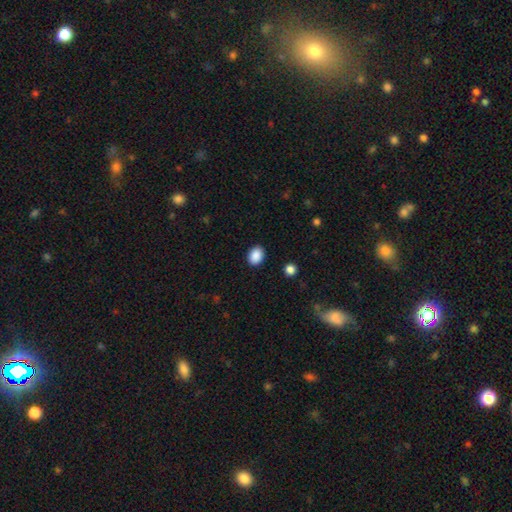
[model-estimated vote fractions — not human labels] A smooth galaxy with no disk features (89%) that is in between round and cigar-shaped (61%). Merging: none (89%).